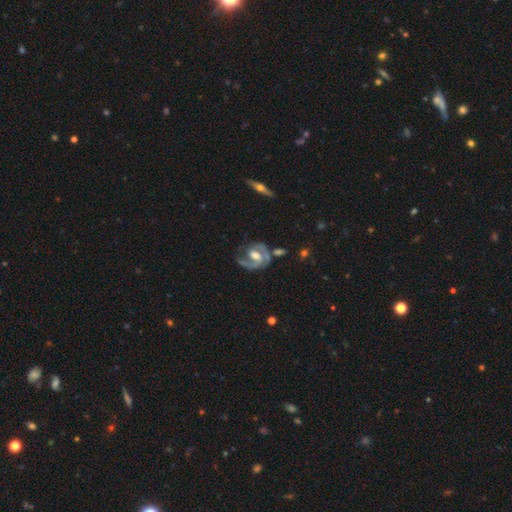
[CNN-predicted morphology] Q: Smooth or featured?
A: featured or disk (88%); runner-up: smooth (8%)
Q: Edge-on disk?
A: no (97%); runner-up: yes (3%)
Q: Bar?
A: weak (47%); runner-up: no (27%)
Q: Spiral arms?
A: yes (95%); runner-up: no (5%)
Q: Spiral winding?
A: medium (48%); runner-up: tight (38%)
Q: Spiral arm count?
A: 2 (72%); runner-up: 1 (20%)
Q: Bulge size?
A: moderate (65%); runner-up: small (17%)
Q: Merging?
A: none (57%); runner-up: minor disturbance (20%)